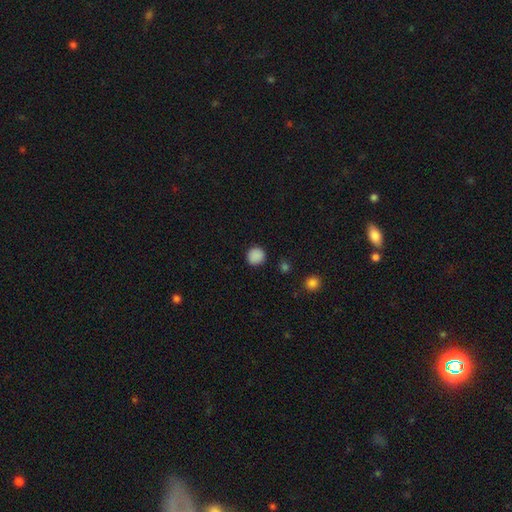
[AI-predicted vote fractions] smooth_or_featured: smooth (p=0.88) [alt: star or artifact p=0.10]
how_rounded: round (p=0.92) [alt: in between p=0.07]
merging: none (p=0.90) [alt: minor disturbance p=0.07]